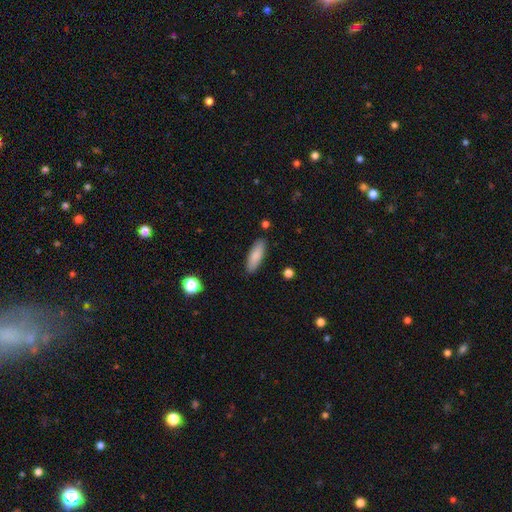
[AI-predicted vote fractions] smooth-or-featured: smooth: 86% | featured or disk: 8% | star or artifact: 6%
  how-rounded: in between: 55% | cigar-shaped: 43% | round: 2%
  merging: none: 87% | minor disturbance: 9% | major disturbance: 2% | merger: 2%